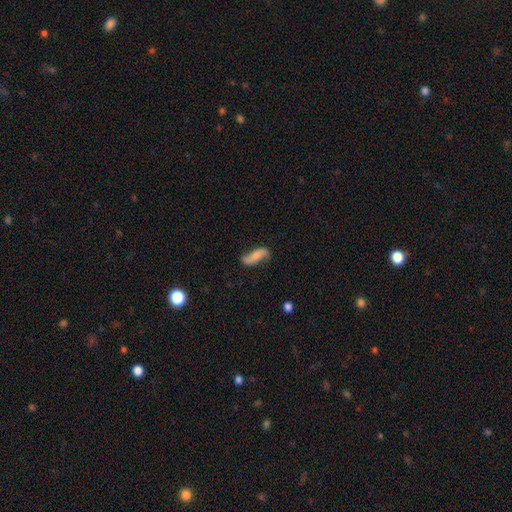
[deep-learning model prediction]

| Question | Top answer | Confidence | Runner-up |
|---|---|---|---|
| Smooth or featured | featured or disk | 59% | smooth (34%) |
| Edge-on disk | no | 88% | yes (12%) |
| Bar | no | 59% | weak (27%) |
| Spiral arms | yes | 91% | no (9%) |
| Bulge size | small | 43% | moderate (30%) |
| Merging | none | 71% | minor disturbance (20%) |